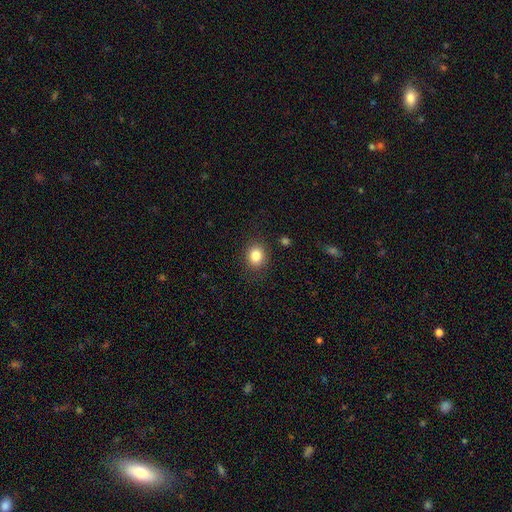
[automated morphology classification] Smooth or featured? Predicted: smooth (p=0.84). How rounded? Predicted: round (p=0.74). Merging? Predicted: none (p=0.87).